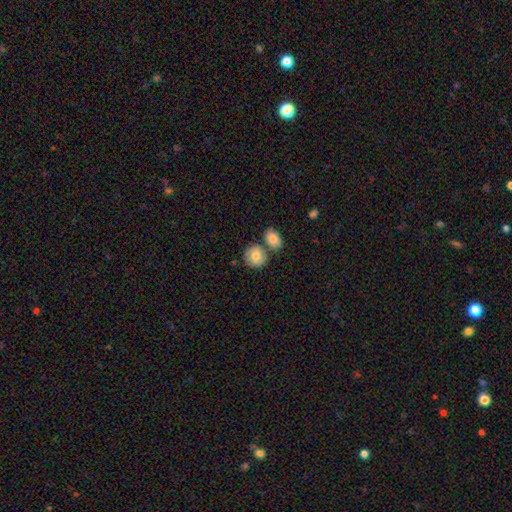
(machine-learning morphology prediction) This is likely a smooth galaxy (76%). How rounded: likely round (76%). Merging: possibly none (54%).